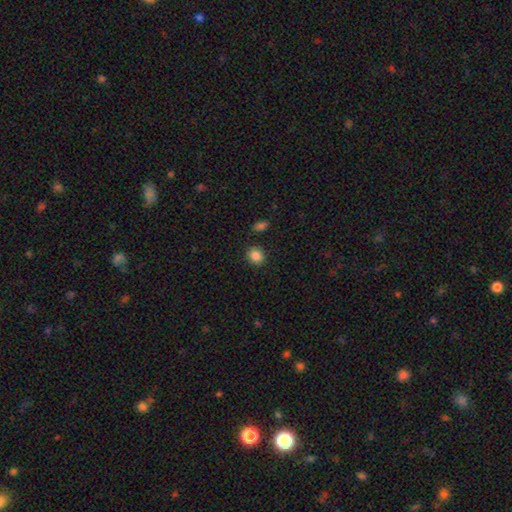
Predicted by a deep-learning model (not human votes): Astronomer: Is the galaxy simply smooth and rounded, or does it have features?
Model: smooth — 86%.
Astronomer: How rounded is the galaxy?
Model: round — 71%.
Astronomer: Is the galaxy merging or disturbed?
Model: none — 86%.